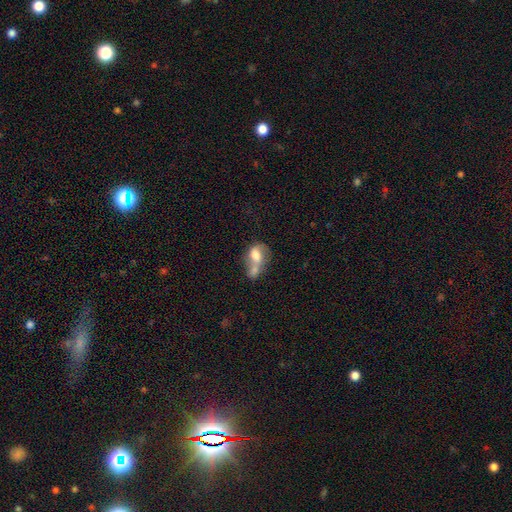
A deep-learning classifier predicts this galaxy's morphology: Q: Smooth or featured?
A: smooth (58%); runner-up: featured or disk (33%)
Q: How rounded?
A: in between (69%); runner-up: round (29%)
Q: Merging?
A: merger (67%); runner-up: none (15%)